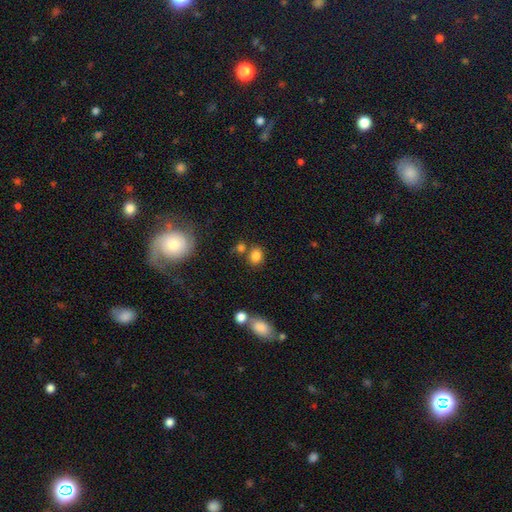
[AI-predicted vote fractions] This is clearly a smooth galaxy (82%). How rounded: possibly round (50%). Merging: likely none (67%).